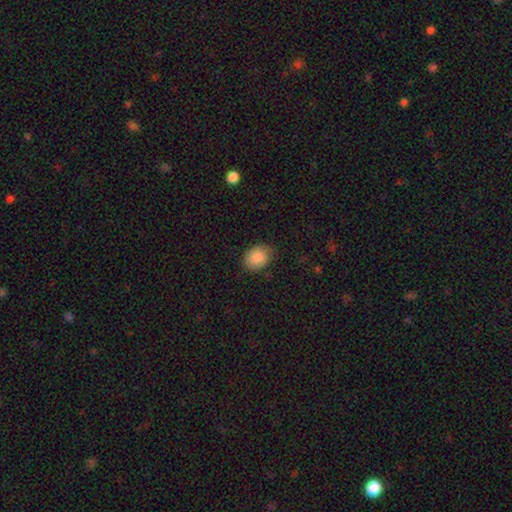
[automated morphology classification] The model was most divided on "how rounded": in between: 58%, round: 41%, cigar-shaped: 1%. More confident: smooth or featured — smooth (85%); merging — none (82%).